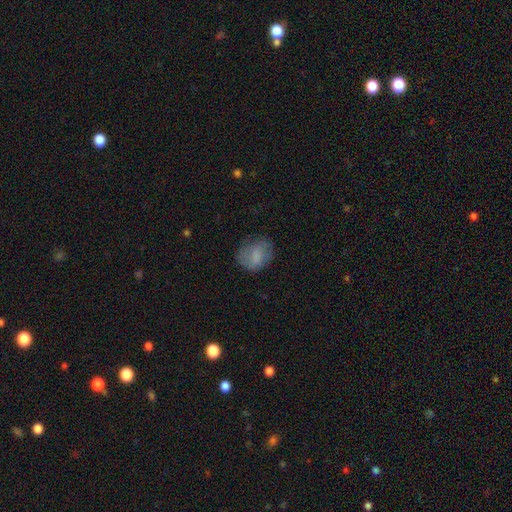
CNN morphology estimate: smooth-or-featured: smooth: 68% | featured or disk: 23% | star or artifact: 9%
  how-rounded: round: 51% | in between: 47% | cigar-shaped: 1%
  merging: none: 65% | minor disturbance: 22% | major disturbance: 11% | merger: 1%